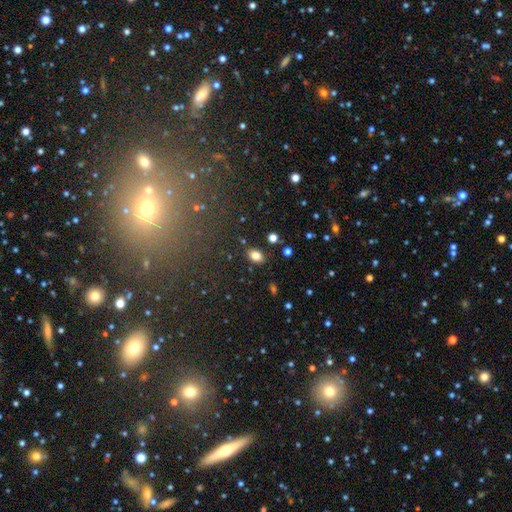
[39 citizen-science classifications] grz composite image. It shows a smooth galaxy with no disk features (85%) that is in between round and cigar-shaped (91%). Merging: none (94%).